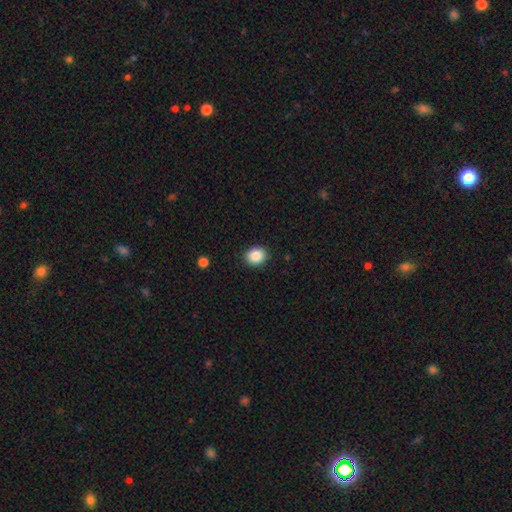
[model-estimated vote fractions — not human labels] smooth-or-featured: smooth: 87% | star or artifact: 9% | featured or disk: 4%
  how-rounded: round: 69% | in between: 30% | cigar-shaped: 1%
  merging: none: 90% | minor disturbance: 7% | major disturbance: 2% | merger: 1%